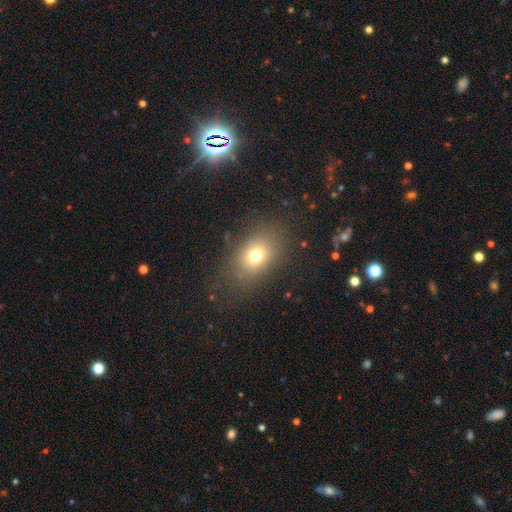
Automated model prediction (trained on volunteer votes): smooth 71%, star or artifact 15%, featured or disk 14%. Down the decision tree: how rounded — in between (65%); merging — none (76%).